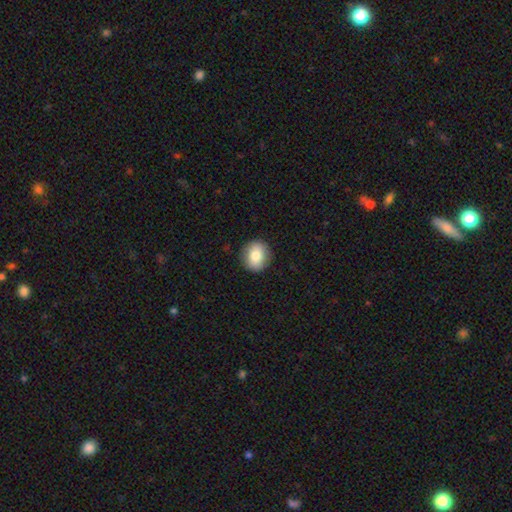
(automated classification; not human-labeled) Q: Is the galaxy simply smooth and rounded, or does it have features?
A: smooth — 79%.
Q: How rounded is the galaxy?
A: round — 79%.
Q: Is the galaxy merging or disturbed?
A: none — 89%.